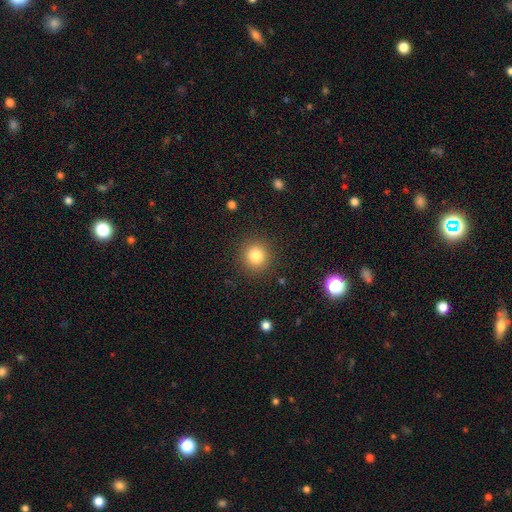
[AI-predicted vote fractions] smooth 82%, star or artifact 11%, featured or disk 6%. Down the decision tree: how rounded — round (92%); merging — none (90%).